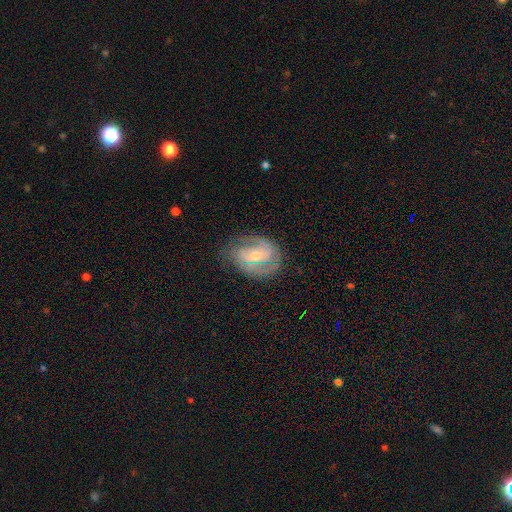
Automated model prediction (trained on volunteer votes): Smooth or featured?
  - featured or disk: 82% *
  - smooth: 12%
  - star or artifact: 6%
Edge-on disk?
  - no: 97% *
  - yes: 3%
Bar?
  - weak: 43% *
  - no: 39%
  - strong: 18%
Spiral arms?
  - yes: 94% *
  - no: 6%
Spiral winding?
  - tight: 51% *
  - medium: 39%
  - loose: 10%
Spiral arm count?
  - 2: 57% *
  - 3: 17%
  - can't tell: 16%
  - 1: 4%
  - 4: 3%
  - more than 4: 3%
Bulge size?
  - moderate: 51% *
  - small: 45%
  - large: 2%
  - none: 1%
  - dominant: 1%
Merging?
  - none: 74% *
  - minor disturbance: 18%
  - major disturbance: 7%
  - merger: 1%